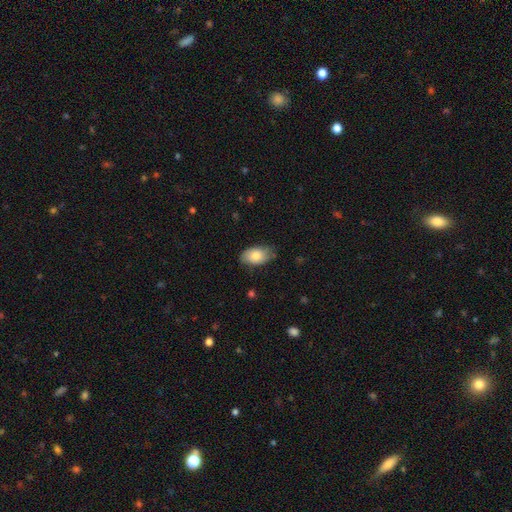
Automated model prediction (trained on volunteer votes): smooth_or_featured: smooth (p=0.79) [alt: featured or disk p=0.15]
how_rounded: in between (p=0.92) [alt: round p=0.06]
merging: none (p=0.73) [alt: minor disturbance p=0.22]